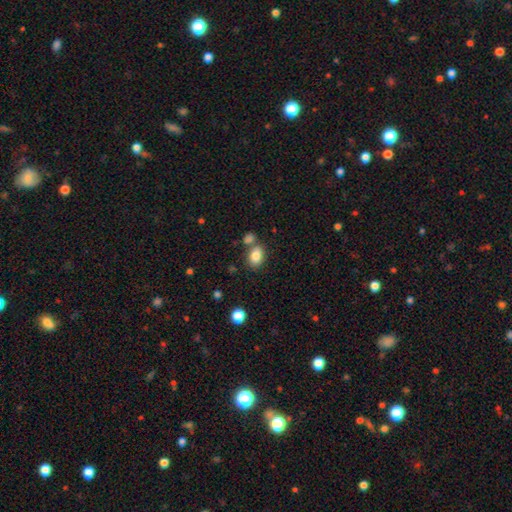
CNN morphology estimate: smooth 83%, star or artifact 9%, featured or disk 8%. Down the decision tree: how rounded — in between (79%); merging — none (63%).